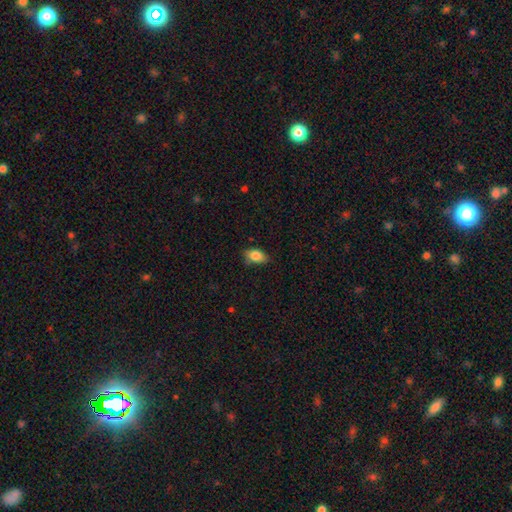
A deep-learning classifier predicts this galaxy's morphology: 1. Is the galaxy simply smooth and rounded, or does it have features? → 84% smooth, 8% star or artifact, 8% featured or disk.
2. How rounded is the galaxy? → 87% in between, 11% round, 2% cigar-shaped.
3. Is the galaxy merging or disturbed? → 77% none, 19% minor disturbance, 3% major disturbance, 2% merger.